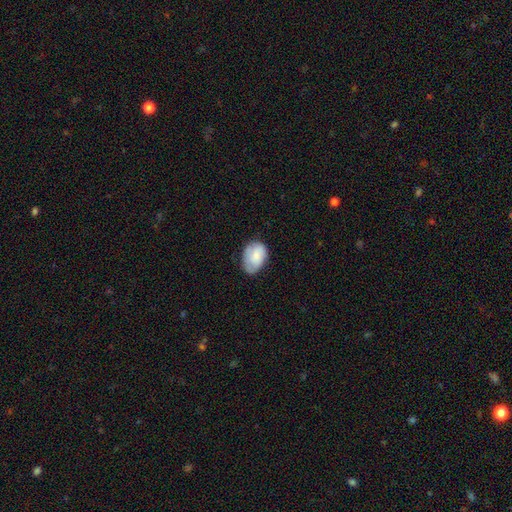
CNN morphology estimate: Smooth or featured? smooth (76%)
How rounded? in between (84%)
Merging? none (60%)